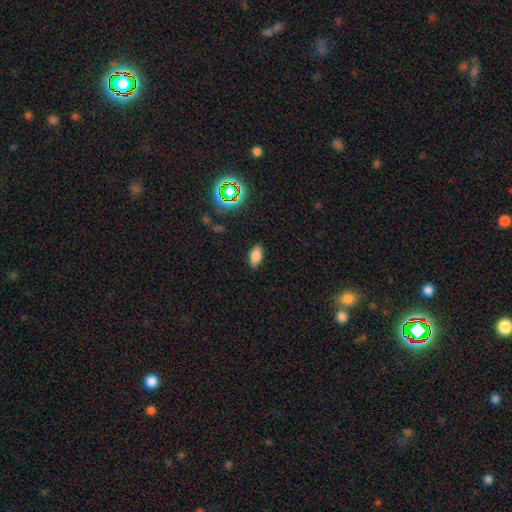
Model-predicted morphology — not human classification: Smooth or featured? Predicted: smooth (p=0.80). How rounded? Predicted: in between (p=0.91). Merging? Predicted: none (p=0.85).